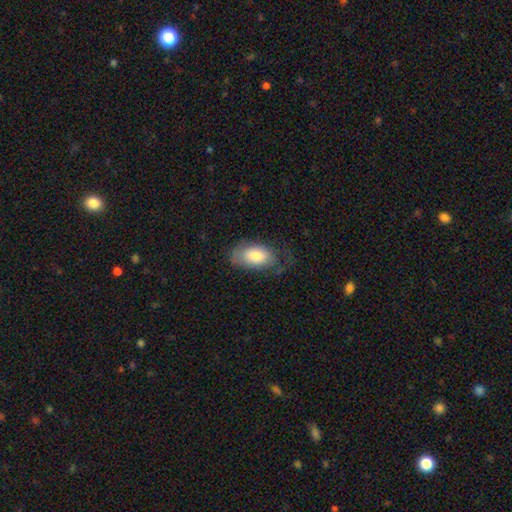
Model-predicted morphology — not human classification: A smooth galaxy with no disk features (75%) that is in between round and cigar-shaped (93%). Merging: none (51%).